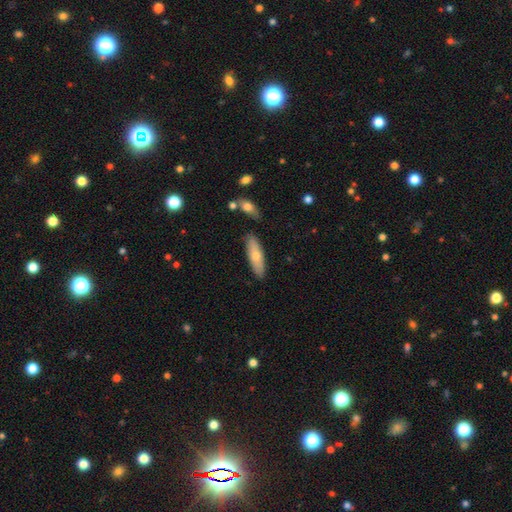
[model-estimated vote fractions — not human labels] smooth_or_featured: smooth (p=0.67) [alt: featured or disk p=0.28]
how_rounded: cigar-shaped (p=0.55) [alt: in between p=0.43]
merging: none (p=0.84) [alt: minor disturbance p=0.11]